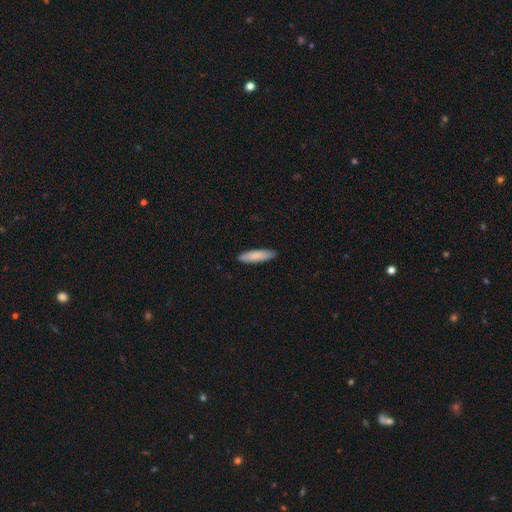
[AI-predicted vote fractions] smooth 86%, featured or disk 9%, star or artifact 5%. Down the decision tree: how rounded — cigar-shaped (70%); merging — none (90%).